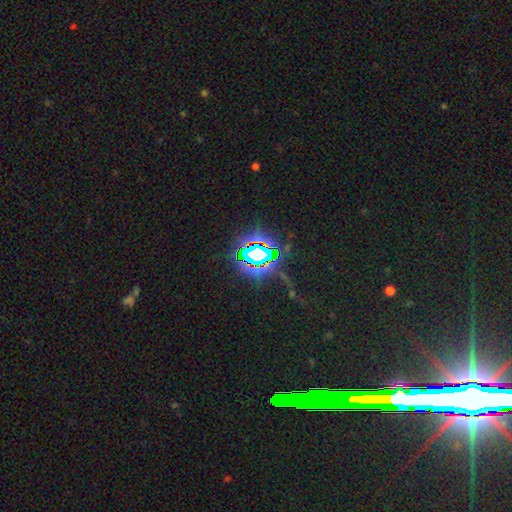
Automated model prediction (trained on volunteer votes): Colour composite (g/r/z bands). It shows a star or artifact, not a galaxy (76%).